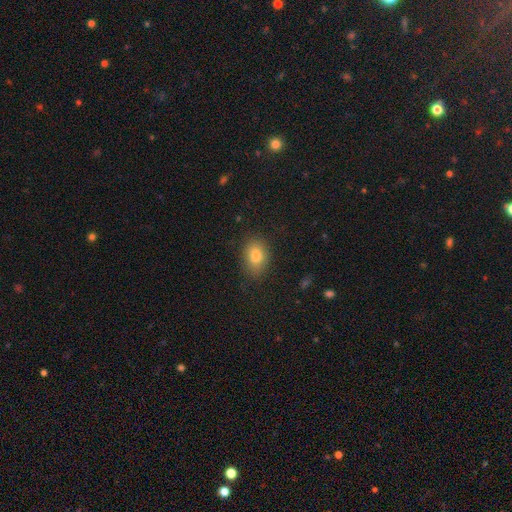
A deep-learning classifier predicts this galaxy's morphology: Smooth or featured? Predicted: smooth (p=0.80). How rounded? Predicted: in between (p=0.75). Merging? Predicted: none (p=0.77).